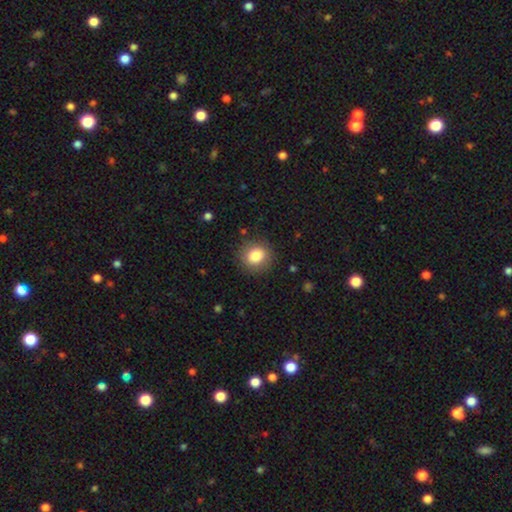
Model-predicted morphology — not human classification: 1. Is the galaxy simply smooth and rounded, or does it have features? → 83% smooth, 10% star or artifact, 7% featured or disk.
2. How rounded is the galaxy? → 84% round, 15% in between, 1% cigar-shaped.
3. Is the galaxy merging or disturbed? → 88% none, 8% minor disturbance, 3% major disturbance, 1% merger.